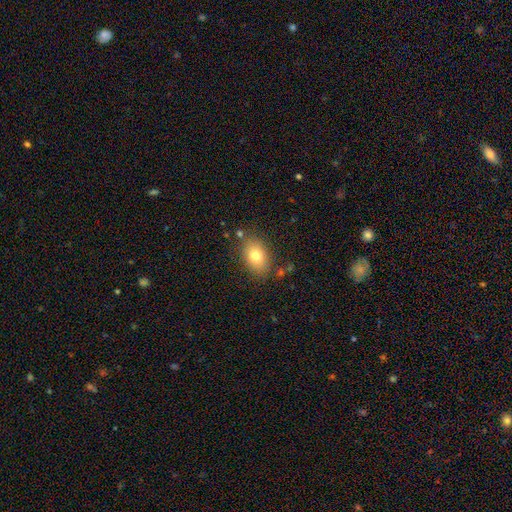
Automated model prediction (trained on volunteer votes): Smooth or featured?
  - smooth: 77% *
  - featured or disk: 13%
  - star or artifact: 10%
How rounded?
  - in between: 77% *
  - round: 22%
  - cigar-shaped: 1%
Merging?
  - none: 81% *
  - minor disturbance: 12%
  - major disturbance: 4%
  - merger: 3%